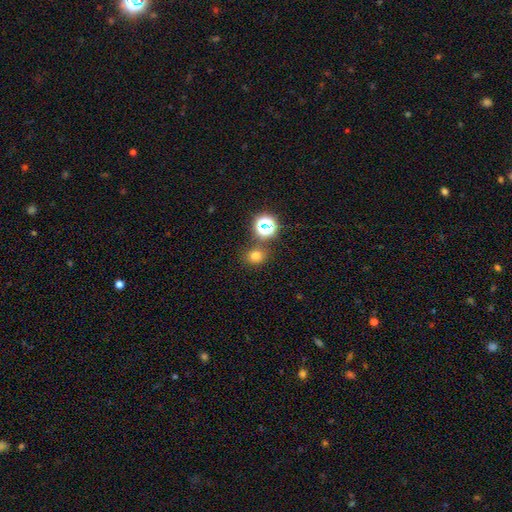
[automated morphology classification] Q: Smooth or featured?
A: smooth (70%); runner-up: star or artifact (23%)
Q: How rounded?
A: round (75%); runner-up: in between (24%)
Q: Merging?
A: none (77%); runner-up: merger (10%)